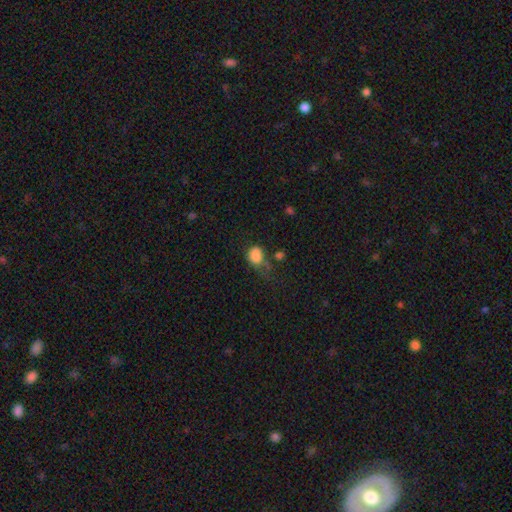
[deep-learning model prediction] Smooth or featured? Predicted: smooth (p=0.84). How rounded? Predicted: in between (p=0.50). Merging? Predicted: none (p=0.35).